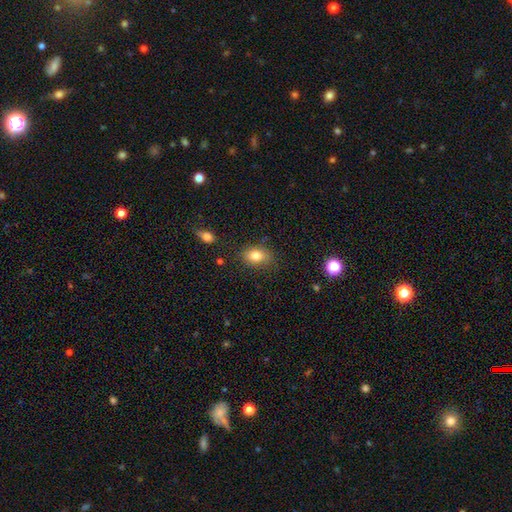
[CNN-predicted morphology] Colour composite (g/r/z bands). It shows a smooth galaxy with no disk features (80%) that is in between round and cigar-shaped (77%). Merging: none (77%).